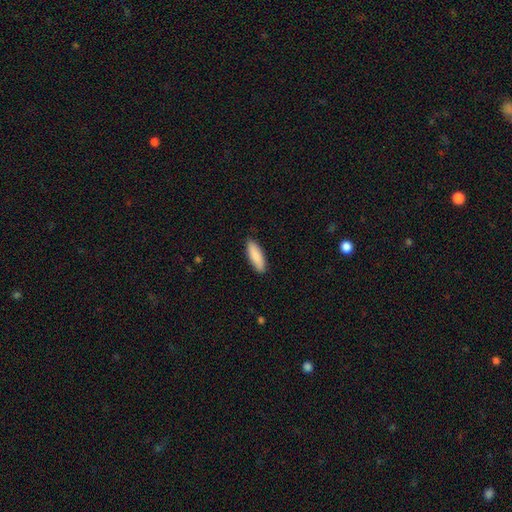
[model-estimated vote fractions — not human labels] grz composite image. It shows a smooth galaxy with no disk features (89%) that is in between round and cigar-shaped (51%). Merging: none (89%).